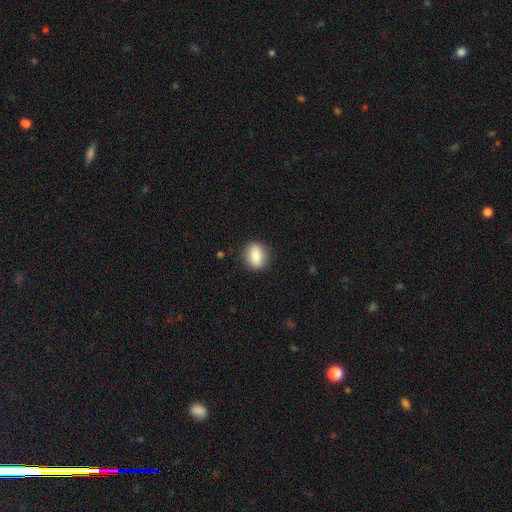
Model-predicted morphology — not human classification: Smooth or featured?
  - smooth: 85% *
  - star or artifact: 8%
  - featured or disk: 7%
How rounded?
  - round: 53% *
  - in between: 45%
  - cigar-shaped: 1%
Merging?
  - none: 87% *
  - minor disturbance: 9%
  - major disturbance: 2%
  - merger: 1%